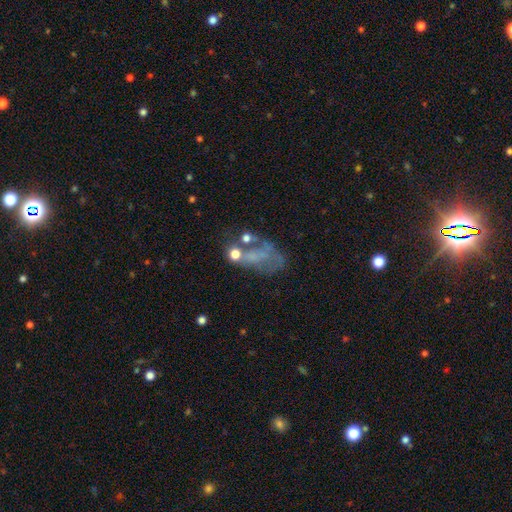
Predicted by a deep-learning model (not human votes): A featured or disk galaxy (48%).

Vote fractions:
- Smooth or featured? featured or disk: 48% / smooth: 30% / star or artifact: 22%
- Merging? major disturbance: 35% / none: 31% / minor disturbance: 19% / merger: 15%